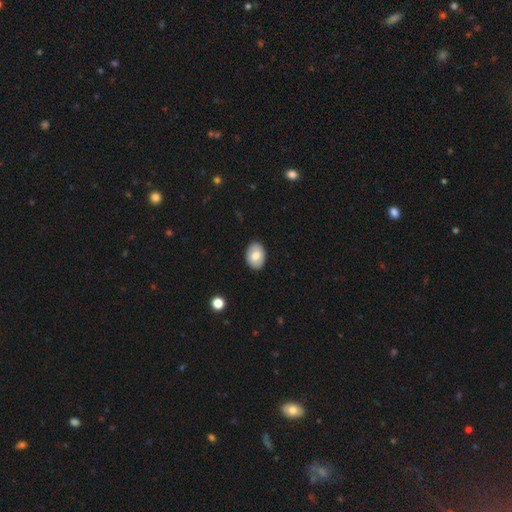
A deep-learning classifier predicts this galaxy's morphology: smooth-or-featured: smooth: 74% | featured or disk: 19% | star or artifact: 7%
  how-rounded: in between: 76% | round: 23% | cigar-shaped: 1%
  merging: none: 89% | minor disturbance: 8% | major disturbance: 2% | merger: 1%